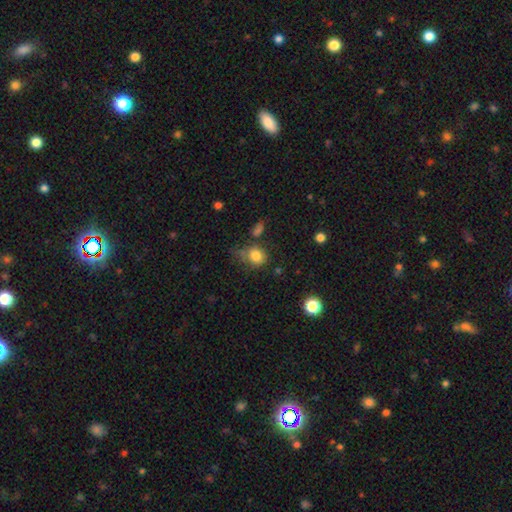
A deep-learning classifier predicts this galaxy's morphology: This appears to be a smooth galaxy with no disk features (81%) that is round (69%). Merging: none (57%).